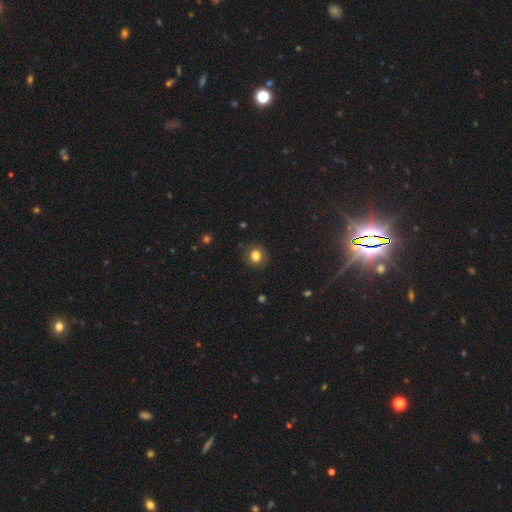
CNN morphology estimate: Overall: smooth (82%). How rounded: round (79%). Merging: none (88%).